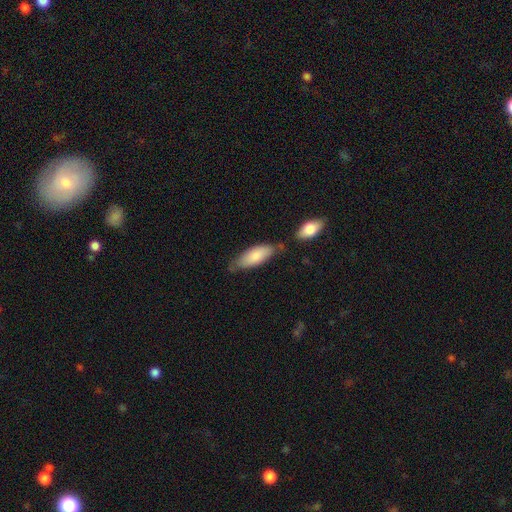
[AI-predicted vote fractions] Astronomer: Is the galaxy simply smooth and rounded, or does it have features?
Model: smooth — 82%.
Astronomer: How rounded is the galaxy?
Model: in between — 74%.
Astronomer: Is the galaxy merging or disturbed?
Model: none — 57%.